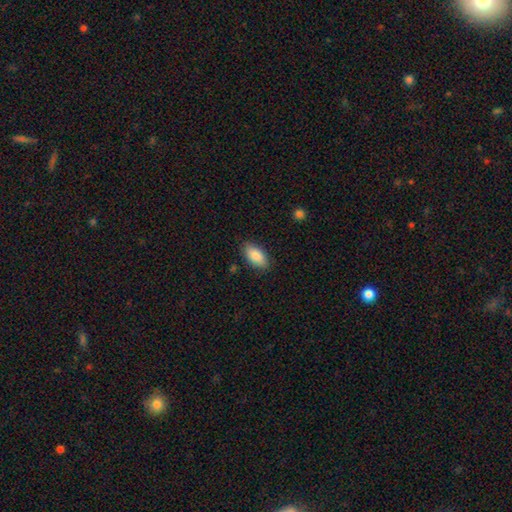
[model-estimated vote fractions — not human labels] Q: Smooth or featured?
A: smooth (87%); runner-up: star or artifact (6%)
Q: How rounded?
A: in between (93%); runner-up: cigar-shaped (5%)
Q: Merging?
A: none (85%); runner-up: minor disturbance (11%)